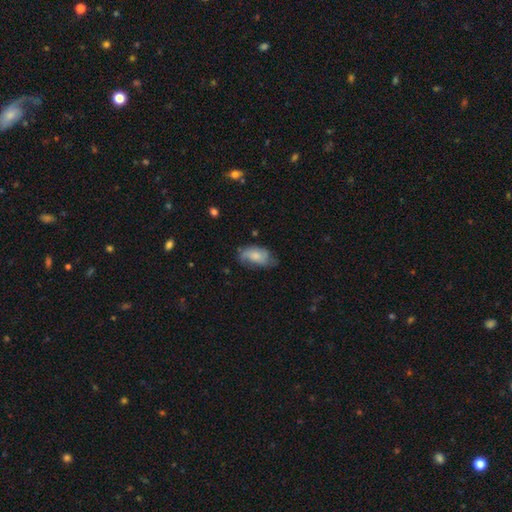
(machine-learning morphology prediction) Smooth or featured: smooth — 56% (featured or disk — 37%)
How rounded: in between — 91% (round — 5%)
Merging: none — 54% (minor disturbance — 31%)